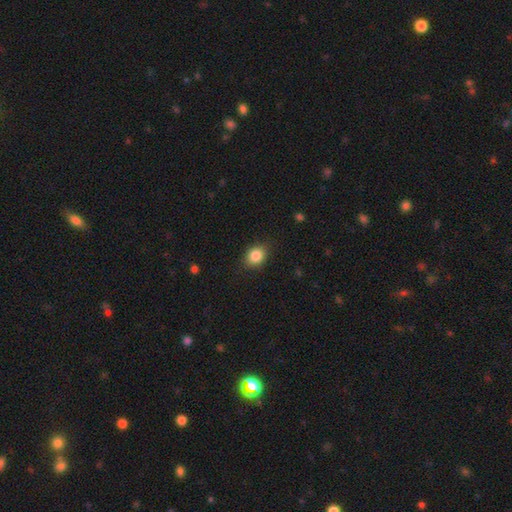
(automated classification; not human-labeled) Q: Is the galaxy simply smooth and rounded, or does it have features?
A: smooth — 85%.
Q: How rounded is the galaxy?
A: in between — 53%.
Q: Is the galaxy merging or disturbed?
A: none — 83%.